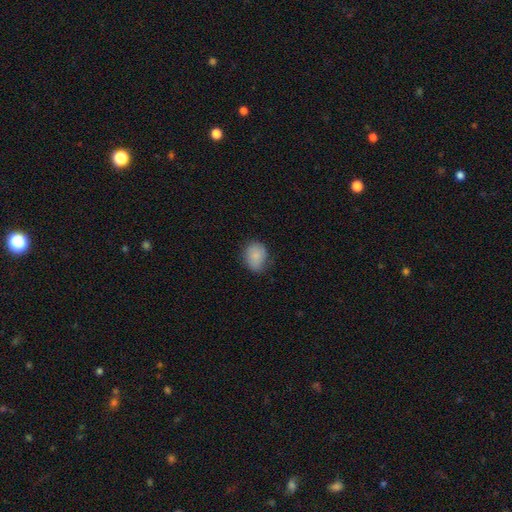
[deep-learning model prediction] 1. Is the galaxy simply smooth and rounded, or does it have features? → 81% smooth, 12% featured or disk, 7% star or artifact.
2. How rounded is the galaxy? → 52% in between, 47% round, 1% cigar-shaped.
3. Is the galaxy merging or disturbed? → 66% none, 27% minor disturbance, 6% major disturbance, 1% merger.